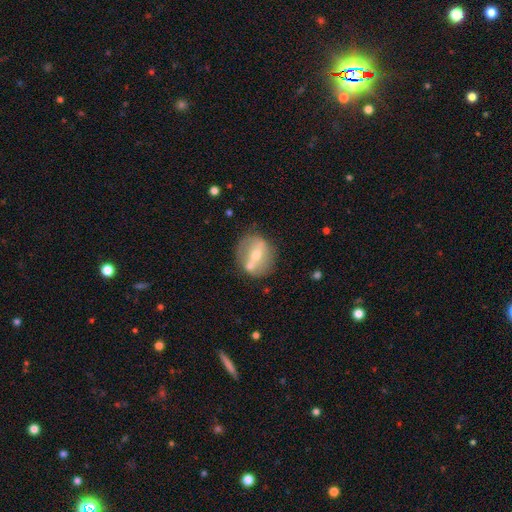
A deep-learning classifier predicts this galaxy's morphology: A featured or disk galaxy (54%).

Vote fractions:
- Smooth or featured? featured or disk: 54% / smooth: 38% / star or artifact: 8%
- Edge-on disk? no: 90% / yes: 10%
- Merging? none: 61% / merger: 19% / minor disturbance: 14% / major disturbance: 5%